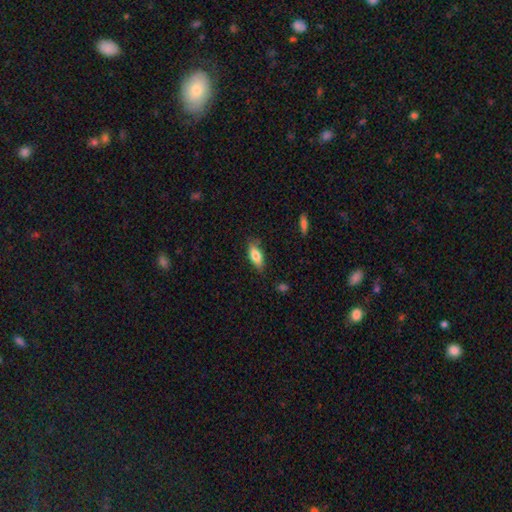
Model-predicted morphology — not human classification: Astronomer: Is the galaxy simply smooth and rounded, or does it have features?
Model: smooth — 76%.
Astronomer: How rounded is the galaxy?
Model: in between — 72%.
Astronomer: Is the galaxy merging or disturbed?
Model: none — 81%.